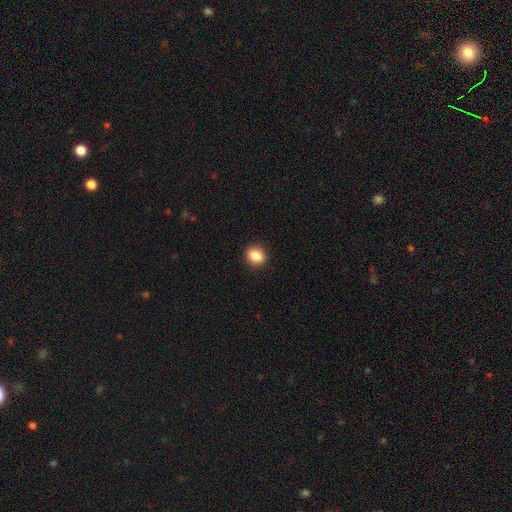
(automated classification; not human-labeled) A smooth galaxy with no disk features (86%) that is round (74%). Merging: none (91%).